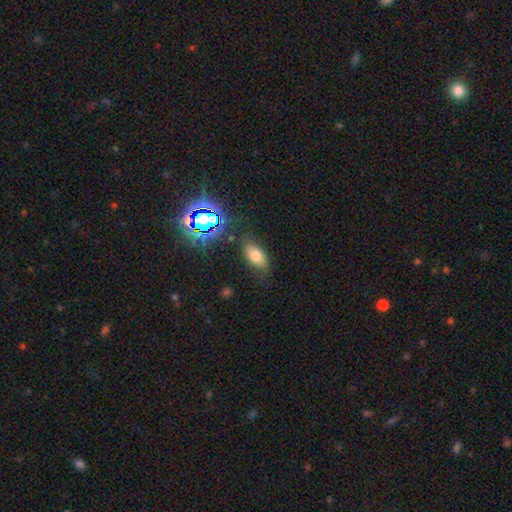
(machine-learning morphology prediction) A smooth galaxy with no disk features (69%) that is in between round and cigar-shaped (88%).

Vote fractions:
- Smooth or featured? smooth: 69% / star or artifact: 16% / featured or disk: 15%
- How rounded? in between: 88% / round: 7% / cigar-shaped: 5%
- Merging? none: 75% / minor disturbance: 17% / major disturbance: 6% / merger: 3%